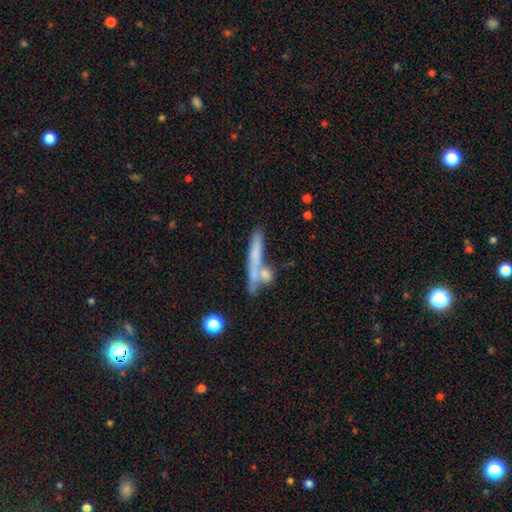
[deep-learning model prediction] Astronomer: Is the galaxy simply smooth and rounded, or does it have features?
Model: smooth — 57% (runner-up: featured or disk, 35%).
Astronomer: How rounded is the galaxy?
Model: cigar-shaped — 87%.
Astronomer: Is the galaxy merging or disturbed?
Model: none — 53%.